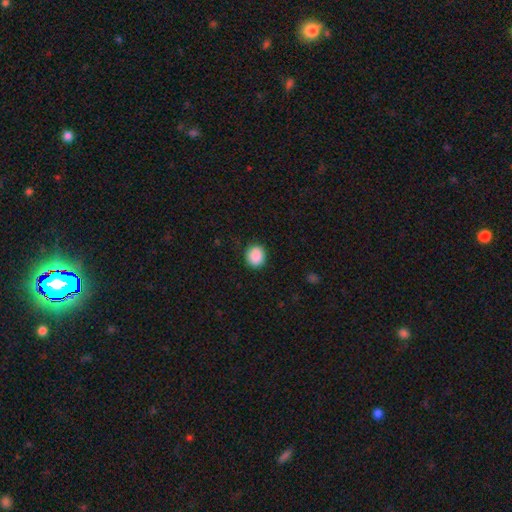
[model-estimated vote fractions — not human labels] Smooth or featured?
  - smooth: 90% *
  - star or artifact: 8%
  - featured or disk: 3%
How rounded?
  - round: 73% *
  - in between: 27%
  - cigar-shaped: 1%
Merging?
  - none: 89% *
  - minor disturbance: 8%
  - major disturbance: 2%
  - merger: 1%